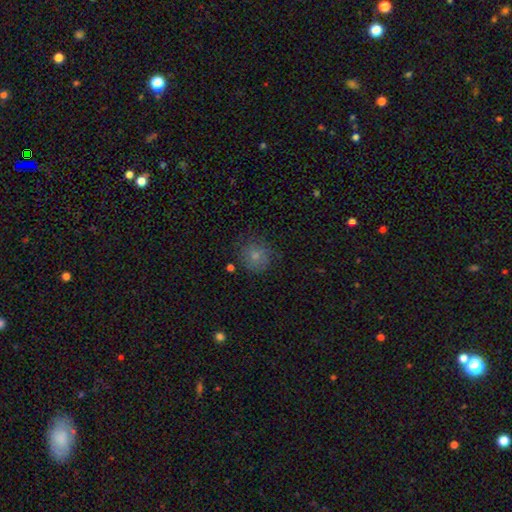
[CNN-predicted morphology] Smooth or featured? smooth (77%)
How rounded? round (87%)
Merging? none (73%)